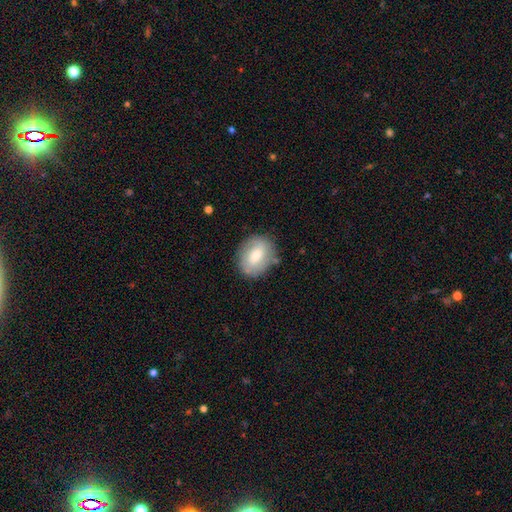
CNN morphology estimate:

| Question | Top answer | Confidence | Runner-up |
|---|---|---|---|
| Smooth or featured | smooth | 64% | featured or disk (30%) |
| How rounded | in between | 54% | round (45%) |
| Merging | none | 78% | minor disturbance (15%) |